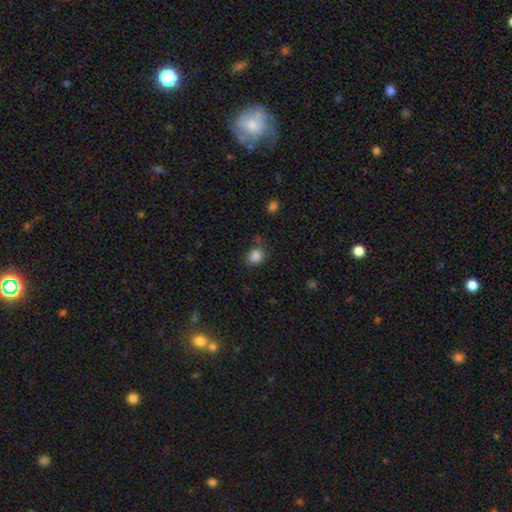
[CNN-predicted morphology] Smooth or featured? smooth (86%)
How rounded? round (63%)
Merging? none (75%)